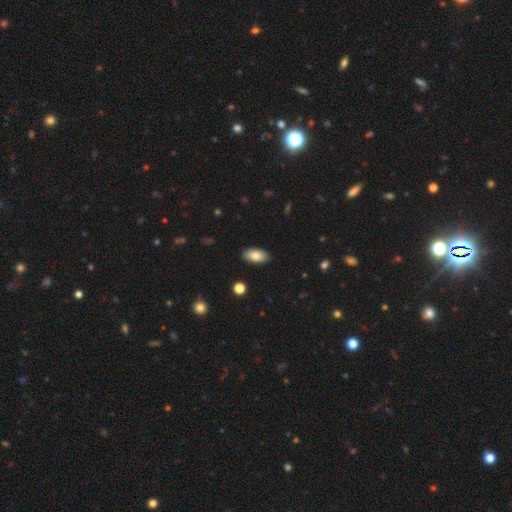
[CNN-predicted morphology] This appears to be a smooth galaxy with no disk features (85%) that is in between round and cigar-shaped (93%). Merging: none (89%).